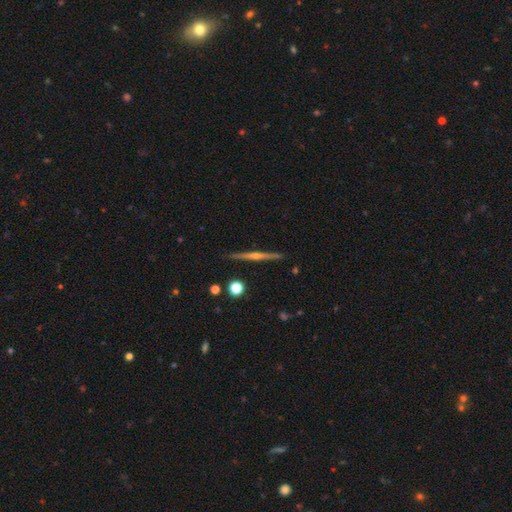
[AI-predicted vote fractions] The model was most divided on "smooth or featured": featured or disk: 79%, smooth: 15%, star or artifact: 6%. More confident: edge-on disk — yes (98%); merging — none (91%); edge-on bulge — rounded (82%).